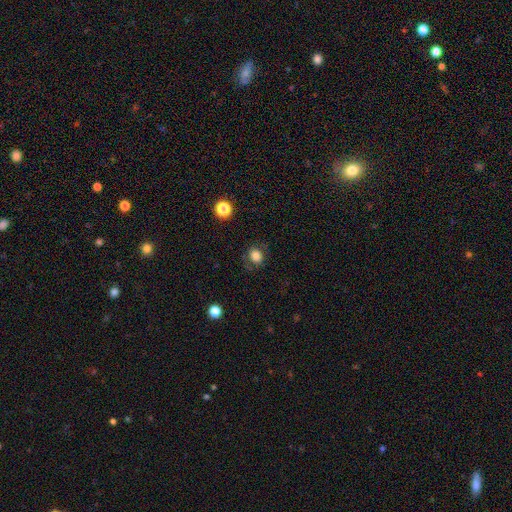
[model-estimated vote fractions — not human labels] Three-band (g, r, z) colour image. It shows a smooth galaxy with no disk features (80%) that is round (67%). Merging: none (78%).